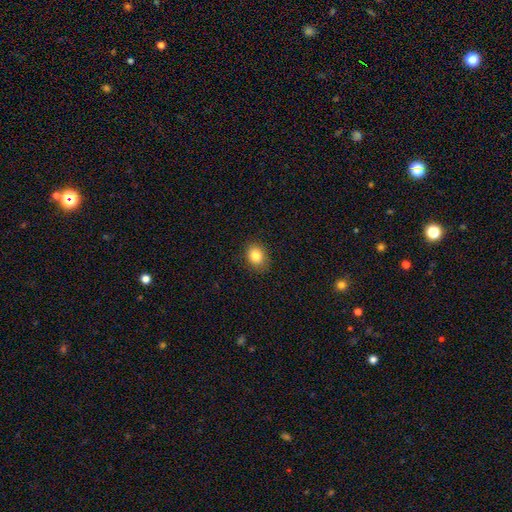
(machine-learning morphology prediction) type=smooth (83%); roundness=round (50%); merging=none (87%).